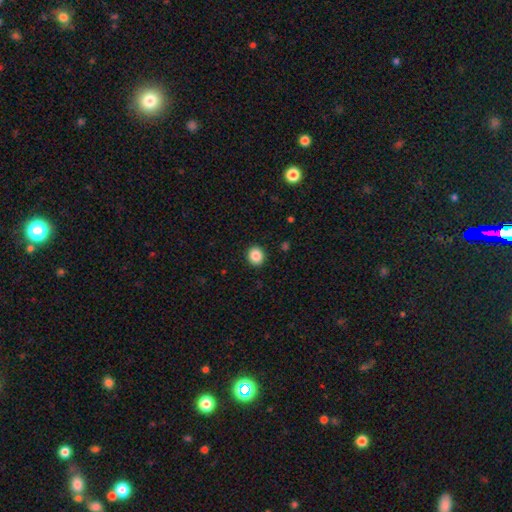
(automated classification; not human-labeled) smooth-or-featured: smooth: 87% | star or artifact: 10% | featured or disk: 4%
  how-rounded: round: 82% | in between: 17% | cigar-shaped: 1%
  merging: none: 92% | minor disturbance: 5% | major disturbance: 2% | merger: 1%